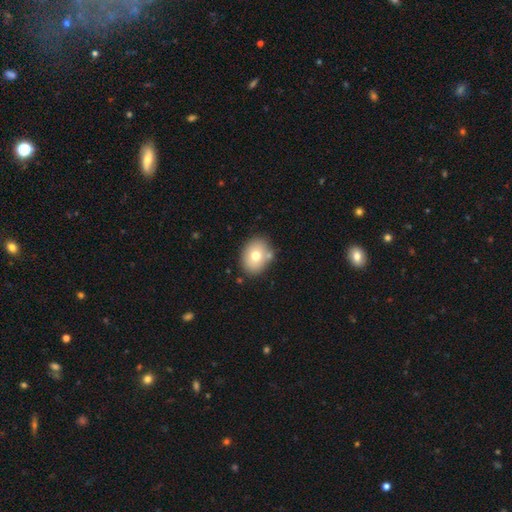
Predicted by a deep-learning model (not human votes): This appears to be a smooth galaxy with no disk features (72%) that is in between round and cigar-shaped (59%). Merging: none (76%).